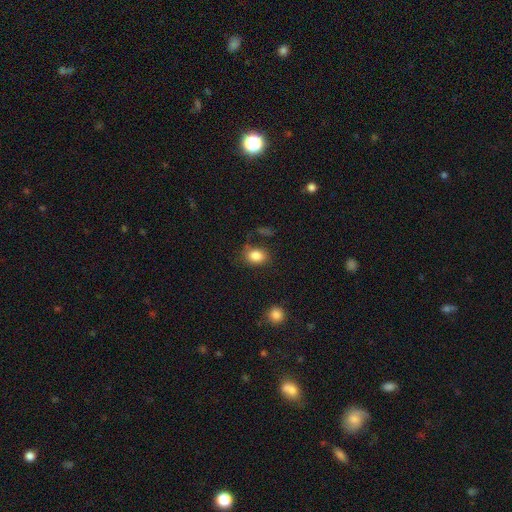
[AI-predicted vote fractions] Smooth or featured? Predicted: smooth (p=0.85). How rounded? Predicted: in between (p=0.64). Merging? Predicted: none (p=0.73).